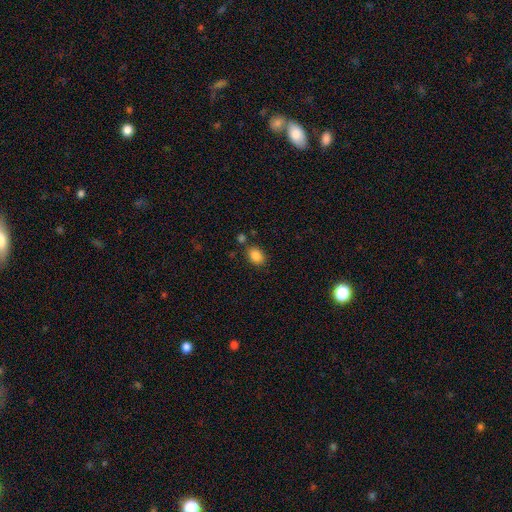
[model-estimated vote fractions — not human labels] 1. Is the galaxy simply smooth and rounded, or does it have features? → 86% smooth, 9% star or artifact, 5% featured or disk.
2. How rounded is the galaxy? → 75% in between, 24% round, 1% cigar-shaped.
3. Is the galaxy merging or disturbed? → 78% none, 12% minor disturbance, 7% merger, 3% major disturbance.